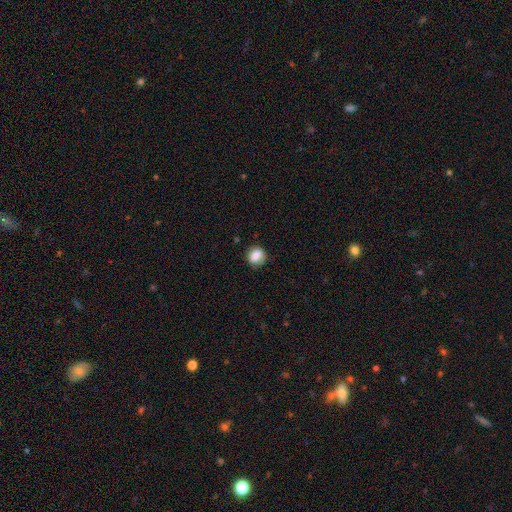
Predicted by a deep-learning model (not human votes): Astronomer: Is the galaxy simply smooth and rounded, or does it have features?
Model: smooth — 80%.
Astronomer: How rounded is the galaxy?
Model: round — 66%.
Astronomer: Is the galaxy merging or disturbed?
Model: none — 74%.